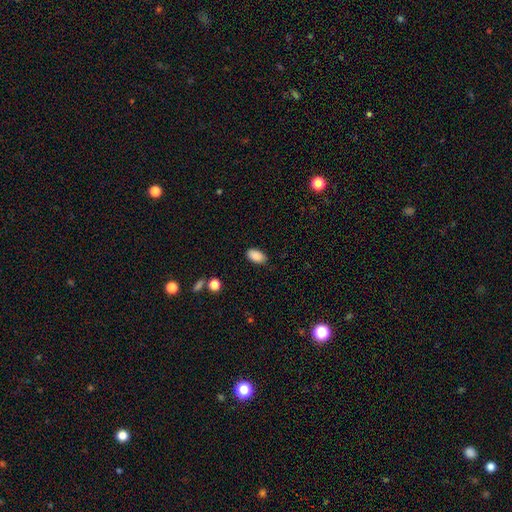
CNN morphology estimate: Smooth or featured?
  - smooth: 89% *
  - star or artifact: 8%
  - featured or disk: 4%
How rounded?
  - in between: 93% *
  - round: 4%
  - cigar-shaped: 2%
Merging?
  - none: 85% *
  - minor disturbance: 11%
  - major disturbance: 3%
  - merger: 1%